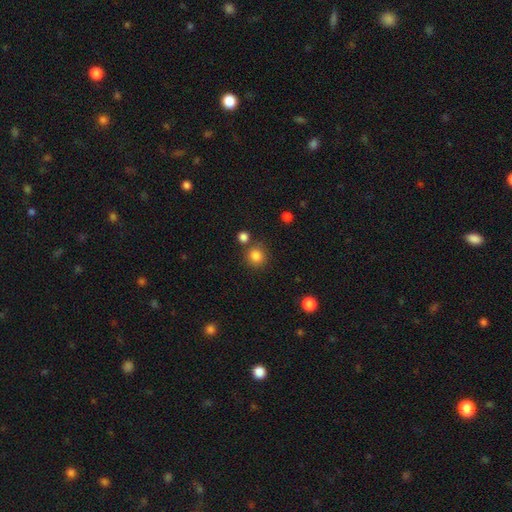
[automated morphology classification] Overall: smooth (84%). How rounded: round (89%). Merging: none (77%).